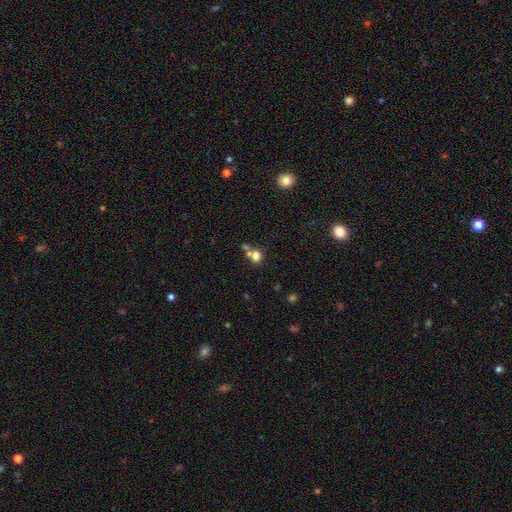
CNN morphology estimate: Smooth or featured? Predicted: smooth (p=0.73). How rounded? Predicted: round (p=0.70). Merging? Predicted: merger (p=0.43).